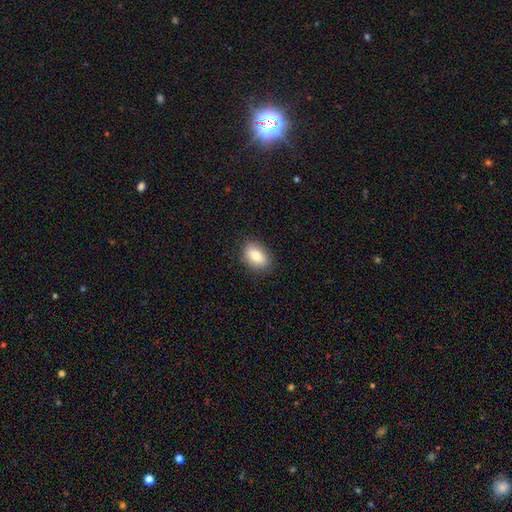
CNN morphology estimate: smooth 84%, featured or disk 9%, star or artifact 7%. Down the decision tree: how rounded — in between (90%); merging — none (86%).